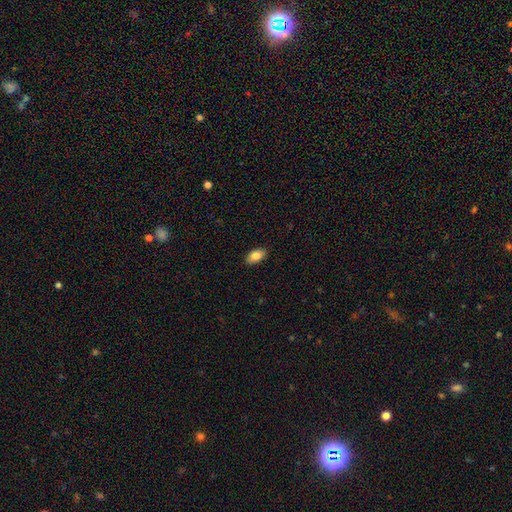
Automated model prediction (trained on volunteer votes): The model was most divided on "smooth or featured": smooth: 84%, featured or disk: 9%, star or artifact: 7%. More confident: how rounded — in between (93%); merging — none (89%).